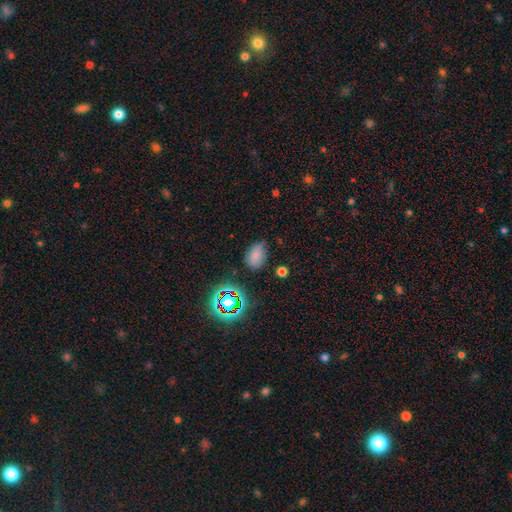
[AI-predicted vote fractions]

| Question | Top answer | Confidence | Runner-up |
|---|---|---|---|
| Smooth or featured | smooth | 71% | star or artifact (20%) |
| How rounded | in between | 83% | round (15%) |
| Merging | none | 58% | minor disturbance (32%) |